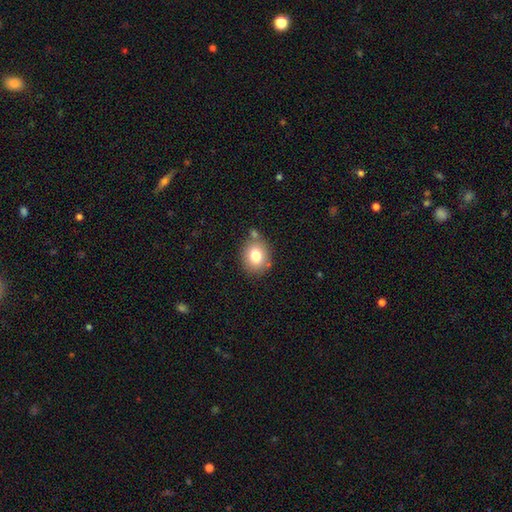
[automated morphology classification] smooth-or-featured: smooth: 77% | featured or disk: 13% | star or artifact: 10%
  how-rounded: round: 60% | in between: 39% | cigar-shaped: 1%
  merging: none: 74% | minor disturbance: 14% | merger: 8% | major disturbance: 4%